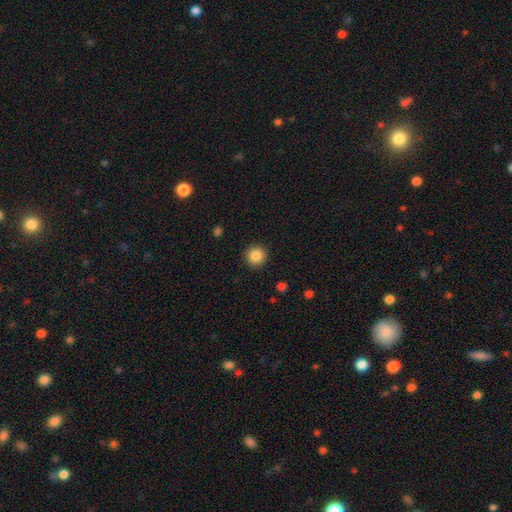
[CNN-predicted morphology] type=smooth (86%); roundness=round (95%); merging=none (92%).